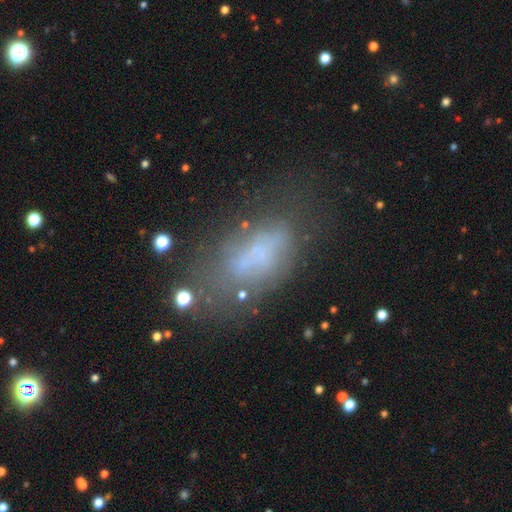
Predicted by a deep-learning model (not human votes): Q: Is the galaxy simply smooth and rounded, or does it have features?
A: smooth — 55%.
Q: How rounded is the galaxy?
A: in between — 85%.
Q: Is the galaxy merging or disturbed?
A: none — 48%.